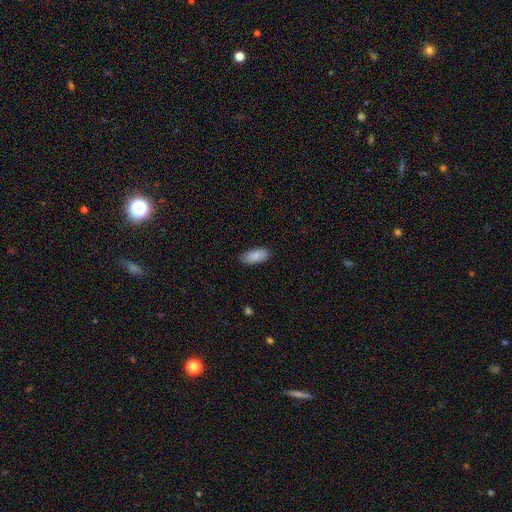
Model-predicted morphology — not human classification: This is clearly a smooth galaxy (89%). How rounded: clearly in between (87%). Merging: clearly none (86%).